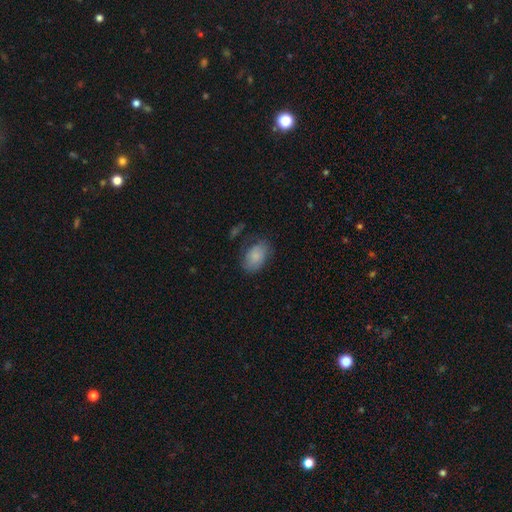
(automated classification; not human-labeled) This appears to be a smooth galaxy with no disk features (82%) that is in between round and cigar-shaped (87%). Merging: none (70%).